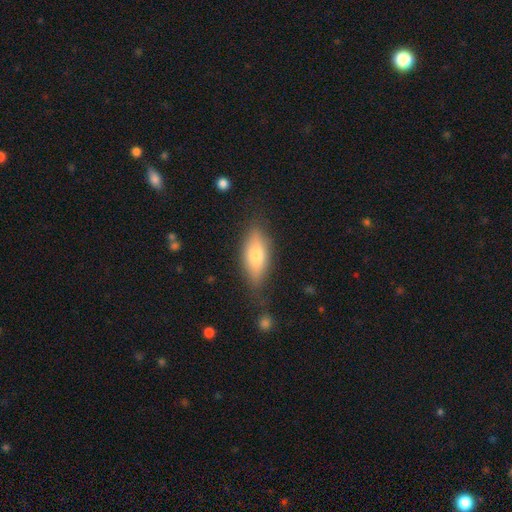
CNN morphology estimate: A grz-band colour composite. It shows a smooth galaxy with no disk features (67%) that is in between round and cigar-shaped (74%). Merging: none (72%).